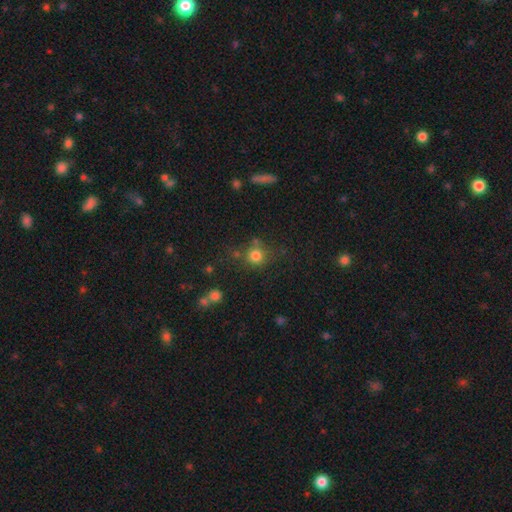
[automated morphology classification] A smooth galaxy with no disk features (79%) that is round (89%).

Vote fractions:
- Smooth or featured? smooth: 79% / star or artifact: 14% / featured or disk: 7%
- How rounded? round: 89% / in between: 10% / cigar-shaped: 1%
- Merging? none: 68% / minor disturbance: 13% / merger: 12% / major disturbance: 7%